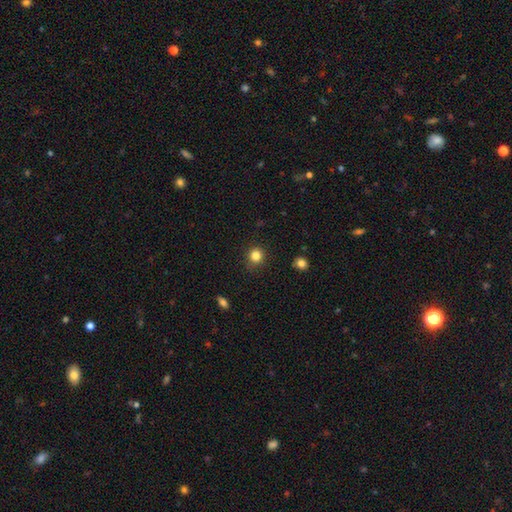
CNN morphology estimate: smooth-or-featured: smooth: 83% | star or artifact: 12% | featured or disk: 5%
  how-rounded: round: 91% | in between: 9% | cigar-shaped: 1%
  merging: none: 87% | minor disturbance: 9% | major disturbance: 2% | merger: 1%